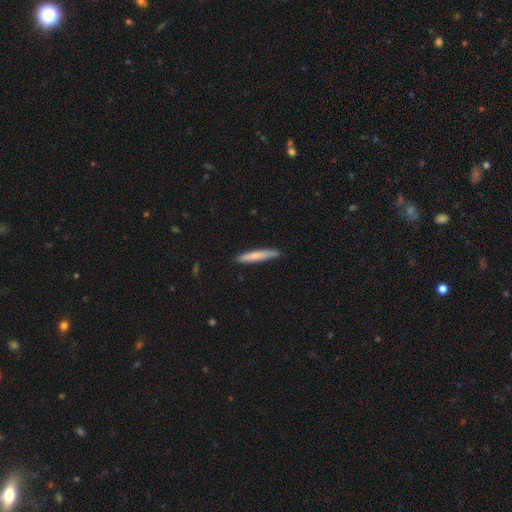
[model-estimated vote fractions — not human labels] smooth 73%, featured or disk 22%, star or artifact 5%. Down the decision tree: how rounded — cigar-shaped (94%); merging — none (89%).